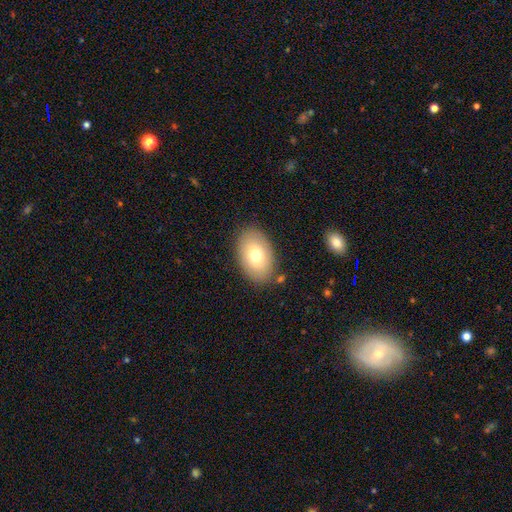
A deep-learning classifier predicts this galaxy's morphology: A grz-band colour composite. It shows a smooth galaxy with no disk features (75%) that is in between round and cigar-shaped (90%). Merging: none (84%).